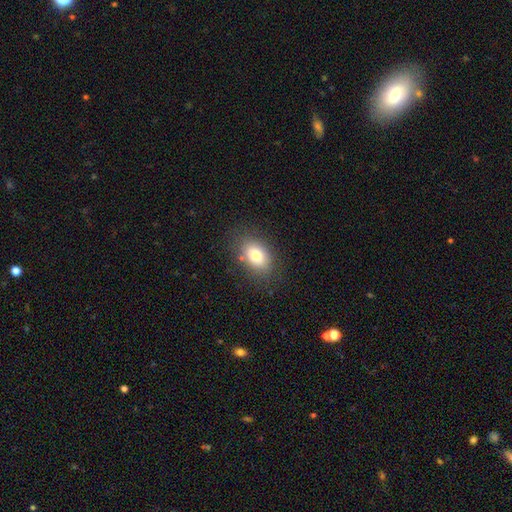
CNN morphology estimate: smooth_or_featured: smooth (p=0.78) [alt: featured or disk p=0.12]
how_rounded: in between (p=0.81) [alt: round p=0.18]
merging: none (p=0.82) [alt: minor disturbance p=0.12]